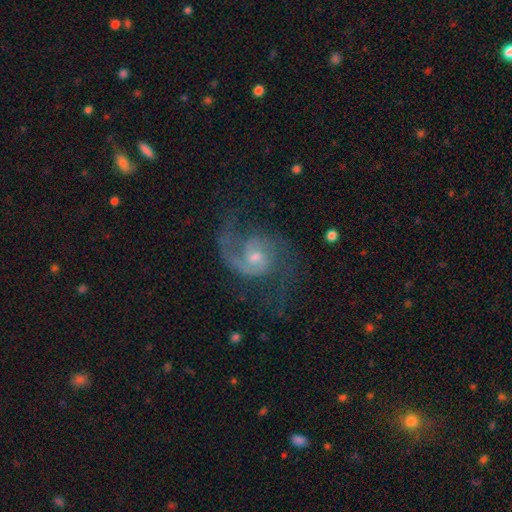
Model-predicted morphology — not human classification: Smooth or featured? featured or disk (89%)
Edge-on disk? no (98%)
Bar? no (56%)
Spiral arms? yes (97%)
Spiral winding? medium (52%)
Spiral arm count? 2 (73%)
Bulge size? moderate (49%)
Merging? none (59%)